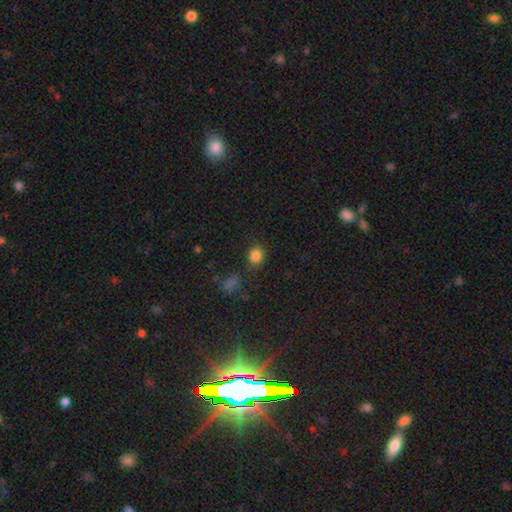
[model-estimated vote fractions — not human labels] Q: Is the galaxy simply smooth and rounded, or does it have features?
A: smooth — 83%.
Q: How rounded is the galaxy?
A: round — 73%.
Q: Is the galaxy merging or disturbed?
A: none — 81%.